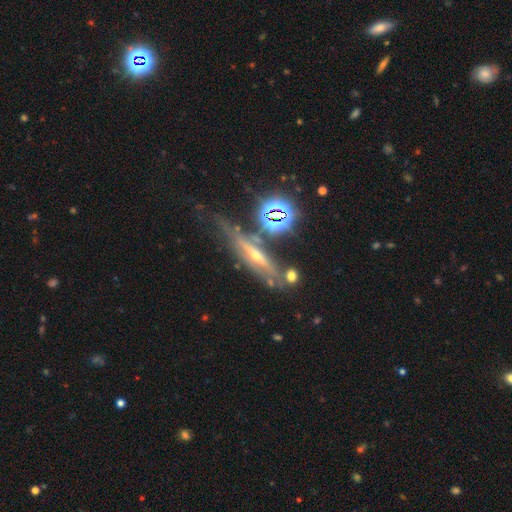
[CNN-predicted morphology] This is likely a featured or disk galaxy (67%). It is likely viewed edge-on (72%). Merging: possibly none (49%).